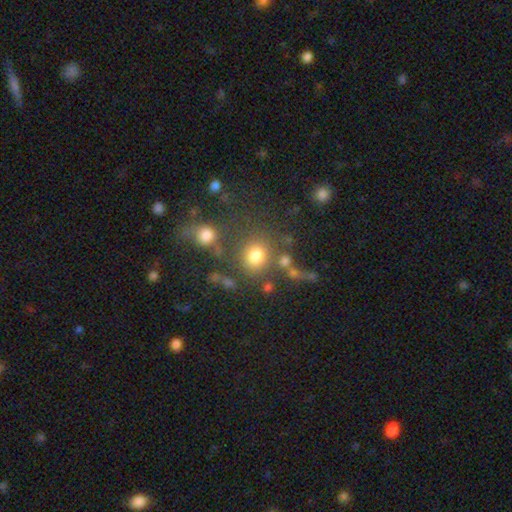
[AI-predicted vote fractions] smooth_or_featured: smooth (p=0.76) [alt: star or artifact p=0.15]
how_rounded: round (p=0.78) [alt: in between p=0.21]
merging: none (p=0.60) [alt: merger p=0.18]